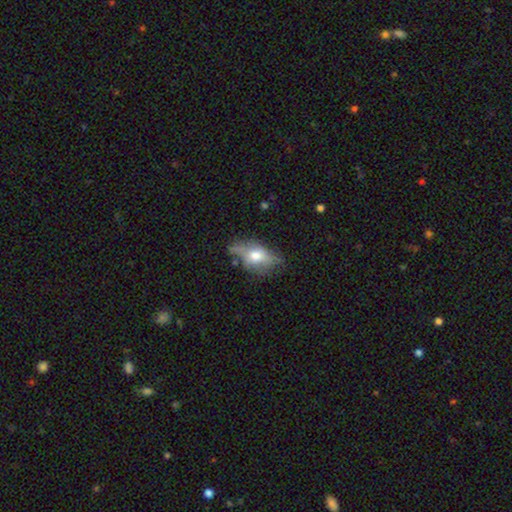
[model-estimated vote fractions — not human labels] Smooth or featured? Predicted: smooth (p=0.50). How rounded? Predicted: in between (p=0.79). Merging? Predicted: none (p=0.53).